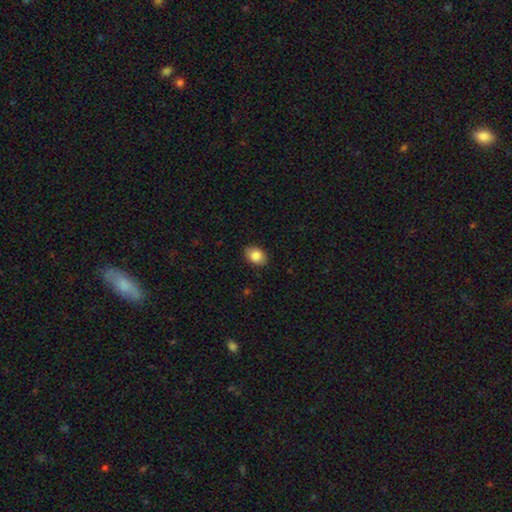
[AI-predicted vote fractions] smooth_or_featured: smooth (p=0.85) [alt: star or artifact p=0.08]
how_rounded: in between (p=0.78) [alt: round p=0.21]
merging: none (p=0.88) [alt: minor disturbance p=0.09]